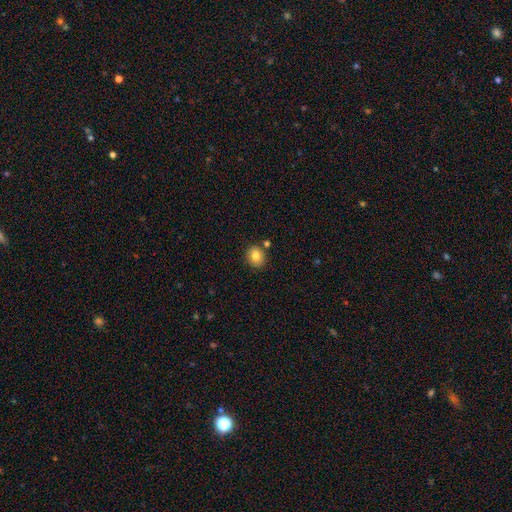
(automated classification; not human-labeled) This appears to be a smooth galaxy with no disk features (81%) that is round (74%). Merging: none (81%).